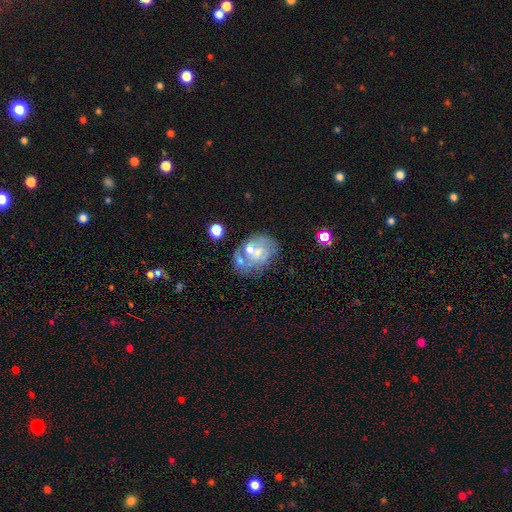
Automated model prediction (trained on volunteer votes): Overall: featured or disk (59%; smooth 30%). Edge-on disk: no (97%). Bar: no (77%). Spiral arms: no (51%; yes 49%). Bulge size: small (42%; moderate 41%). Merging: none (42%; merger 23%).